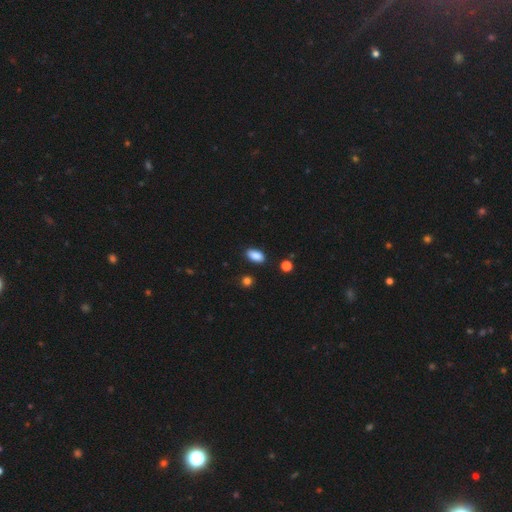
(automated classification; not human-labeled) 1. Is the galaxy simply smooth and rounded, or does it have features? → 88% smooth, 8% star or artifact, 4% featured or disk.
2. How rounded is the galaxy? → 91% in between, 5% round, 4% cigar-shaped.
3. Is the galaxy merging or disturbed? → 86% none, 10% minor disturbance, 2% major disturbance, 2% merger.